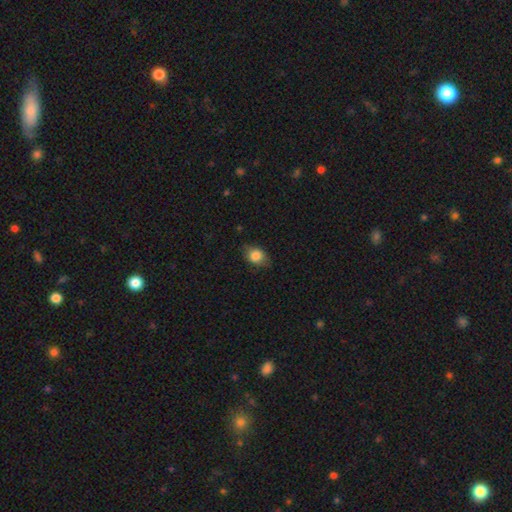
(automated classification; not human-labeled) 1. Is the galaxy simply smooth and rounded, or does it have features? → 83% smooth, 9% featured or disk, 8% star or artifact.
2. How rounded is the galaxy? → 60% in between, 39% round, 2% cigar-shaped.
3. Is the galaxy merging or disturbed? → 75% none, 20% minor disturbance, 4% major disturbance, 1% merger.